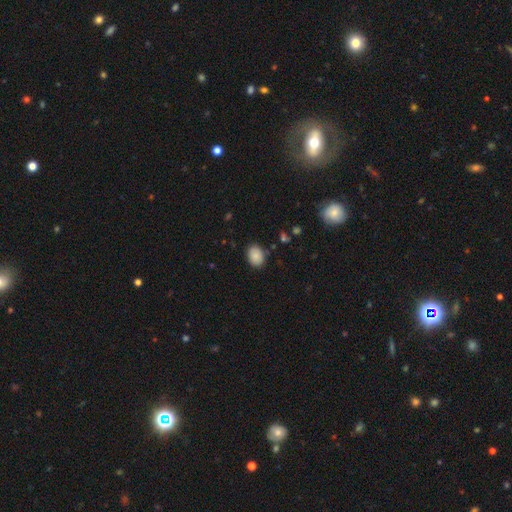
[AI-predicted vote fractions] A smooth galaxy with no disk features (86%) that is in between round and cigar-shaped (65%). Merging: none (84%).